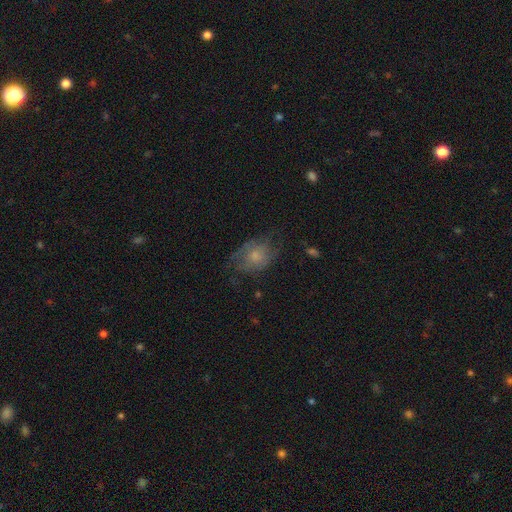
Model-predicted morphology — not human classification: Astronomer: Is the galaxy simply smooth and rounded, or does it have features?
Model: smooth — 49% (runner-up: featured or disk, 41%).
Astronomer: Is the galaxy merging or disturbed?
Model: none — 48% (runner-up: minor disturbance, 27%).